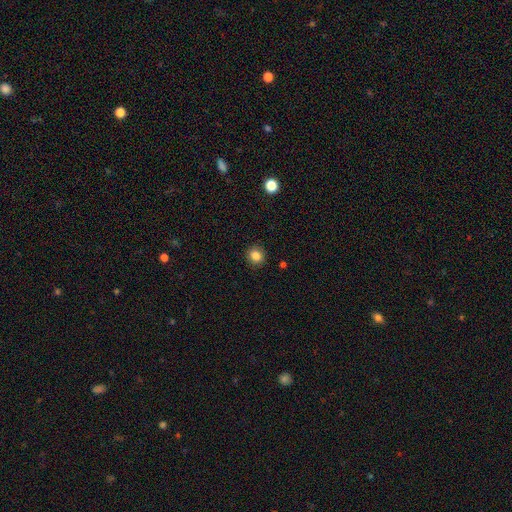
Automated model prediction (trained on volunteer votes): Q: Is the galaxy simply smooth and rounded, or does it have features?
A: smooth — 84%.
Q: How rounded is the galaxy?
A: round — 87%.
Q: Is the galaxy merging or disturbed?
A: none — 90%.